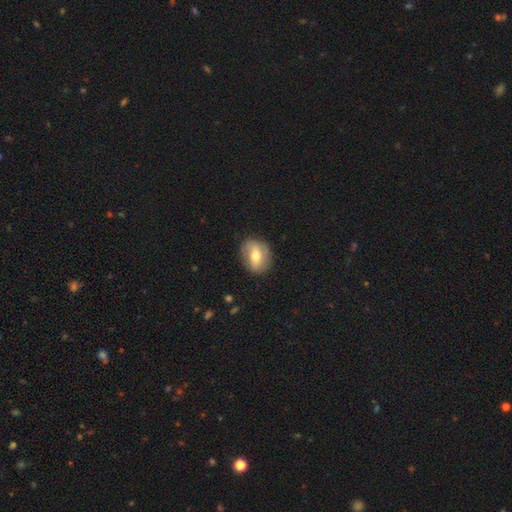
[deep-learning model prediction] This is possibly a smooth galaxy (47%). Merging: likely none (80%).